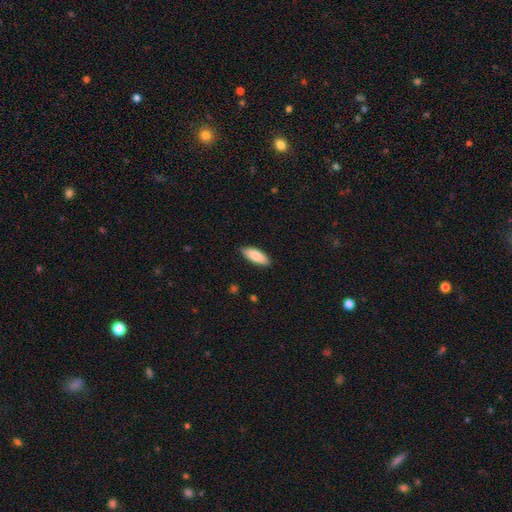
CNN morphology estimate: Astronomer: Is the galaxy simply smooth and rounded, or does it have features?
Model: smooth — 84%.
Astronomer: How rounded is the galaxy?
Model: in between — 75%.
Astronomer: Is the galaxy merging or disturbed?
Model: none — 88%.